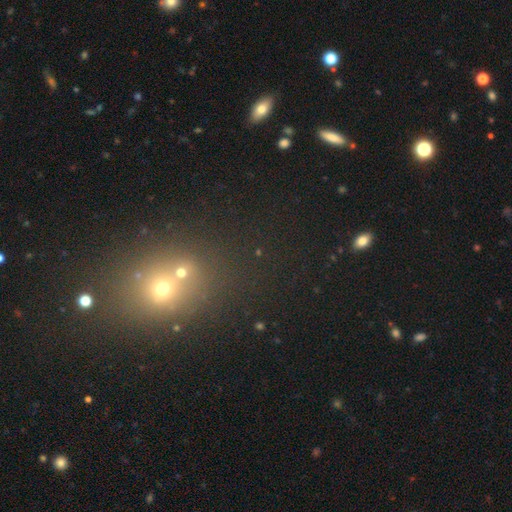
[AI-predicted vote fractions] This is possibly a star or artifact rather than a galaxy (49%).